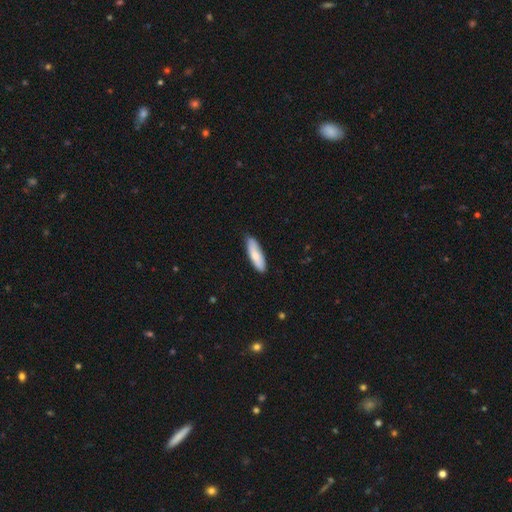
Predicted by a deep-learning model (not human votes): Smooth or featured: smooth — 75% (featured or disk — 19%)
How rounded: cigar-shaped — 55% (in between — 44%)
Merging: none — 84% (minor disturbance — 13%)